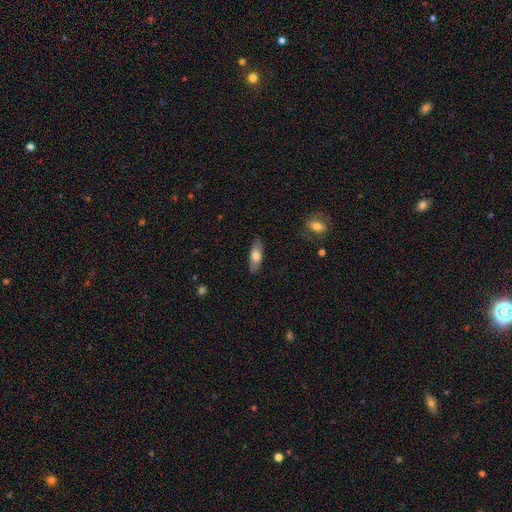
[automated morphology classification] Smooth or featured?
  - smooth: 70% *
  - featured or disk: 24%
  - star or artifact: 6%
How rounded?
  - in between: 69% *
  - cigar-shaped: 29%
  - round: 3%
Merging?
  - none: 85% *
  - minor disturbance: 11%
  - major disturbance: 2%
  - merger: 1%